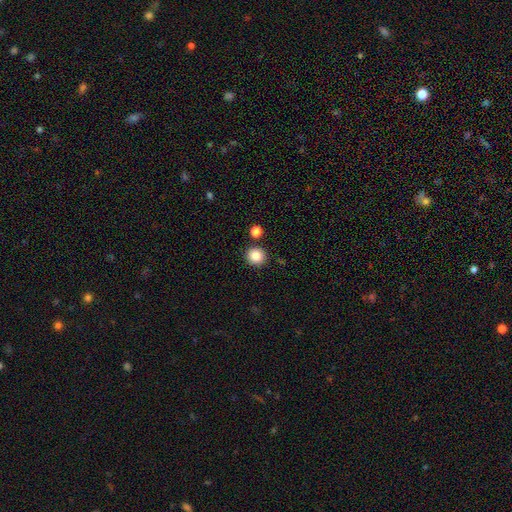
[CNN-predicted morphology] This is clearly a smooth galaxy (86%). How rounded: clearly round (93%). Merging: clearly none (88%).